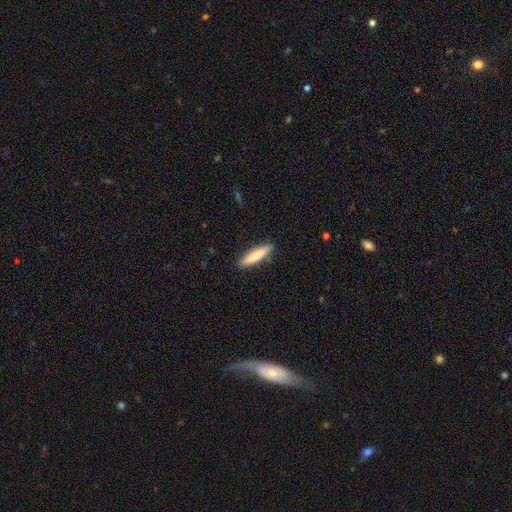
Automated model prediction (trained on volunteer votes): This appears to be a smooth galaxy with no disk features (79%) that is cigar-shaped (85%). Merging: none (88%).